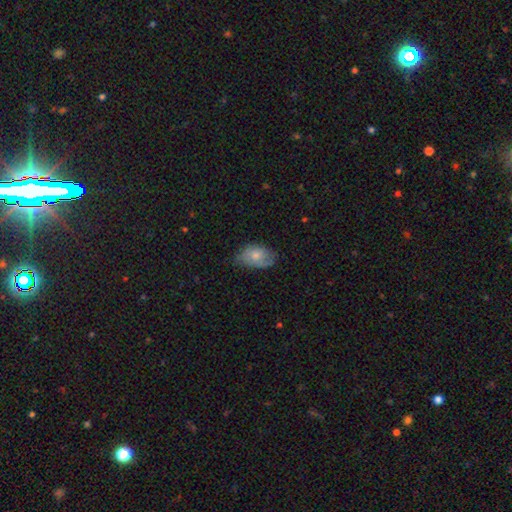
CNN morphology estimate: Smooth or featured: smooth — 64% (featured or disk — 29%)
How rounded: in between — 88% (round — 10%)
Merging: none — 56% (minor disturbance — 33%)